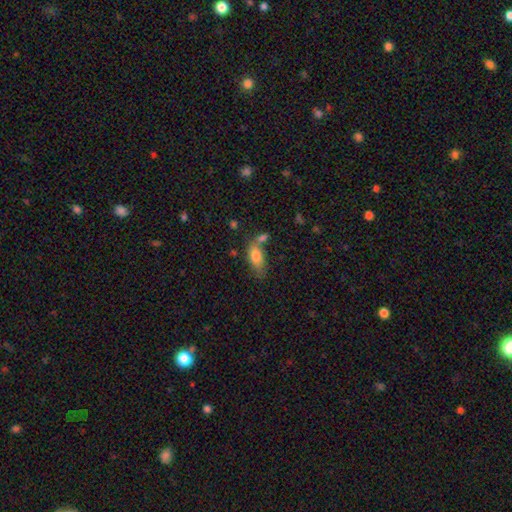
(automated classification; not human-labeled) Smooth or featured: smooth — 78% (featured or disk — 14%)
How rounded: in between — 84% (cigar-shaped — 12%)
Merging: none — 50% (merger — 25%)